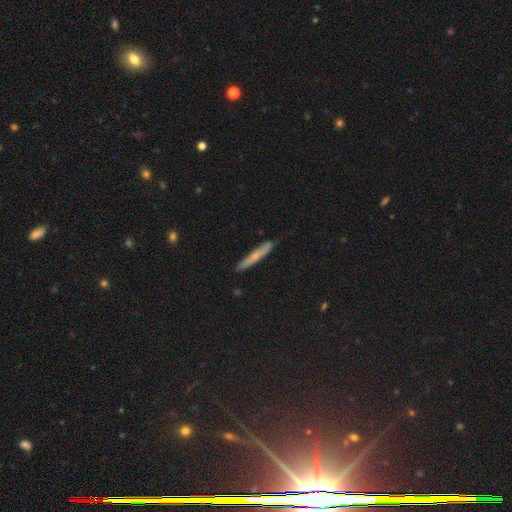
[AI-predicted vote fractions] A smooth galaxy with no disk features (56%) that is cigar-shaped (94%). Merging: none (85%).